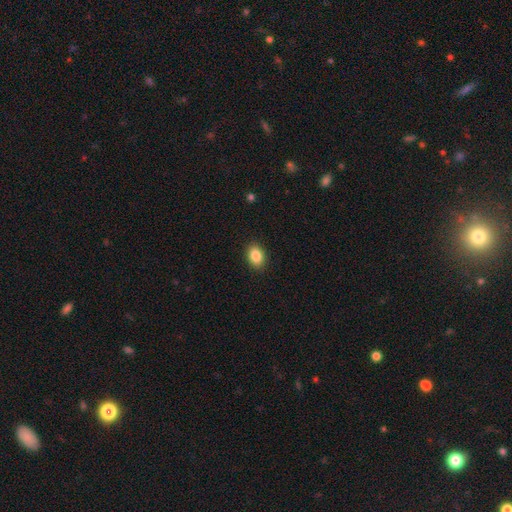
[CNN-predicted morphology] Overall: smooth (87%). How rounded: in between (76%). Merging: none (90%).